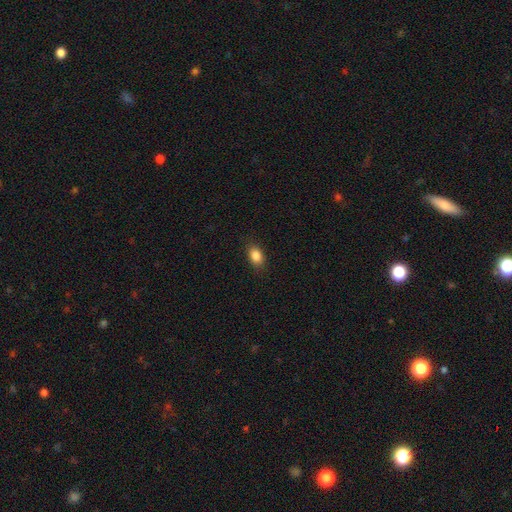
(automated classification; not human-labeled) Overall: smooth (87%). How rounded: in between (81%). Merging: none (86%).